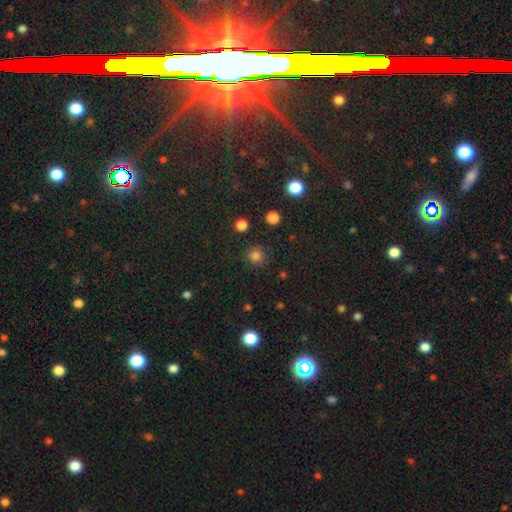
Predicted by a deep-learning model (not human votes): smooth 80%, star or artifact 15%, featured or disk 5%. Down the decision tree: how rounded — round (91%); merging — none (85%).